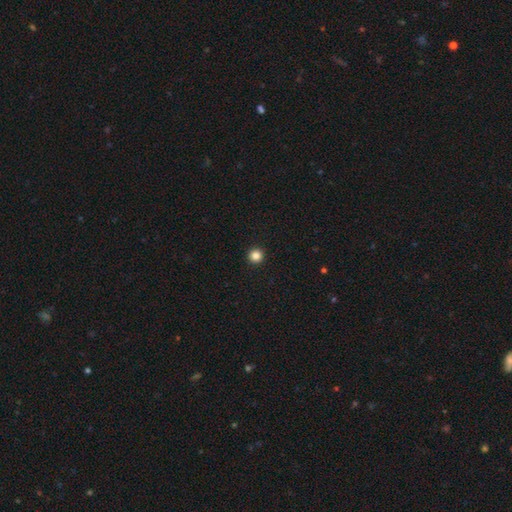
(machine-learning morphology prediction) A smooth galaxy with no disk features (84%) that is round (96%).

Vote fractions:
- Smooth or featured? smooth: 84% / star or artifact: 12% / featured or disk: 4%
- How rounded? round: 96% / in between: 3% / cigar-shaped: 1%
- Merging? none: 94% / minor disturbance: 3% / major disturbance: 1% / merger: 1%